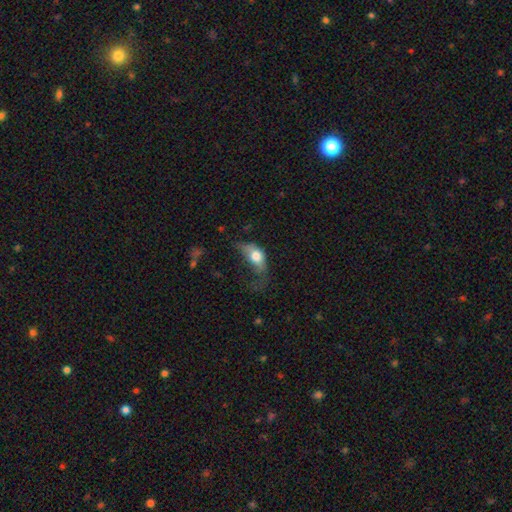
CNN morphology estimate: This appears to be a smooth galaxy with no disk features (66%) that is in between round and cigar-shaped (81%). Merging: major disturbance (55%).